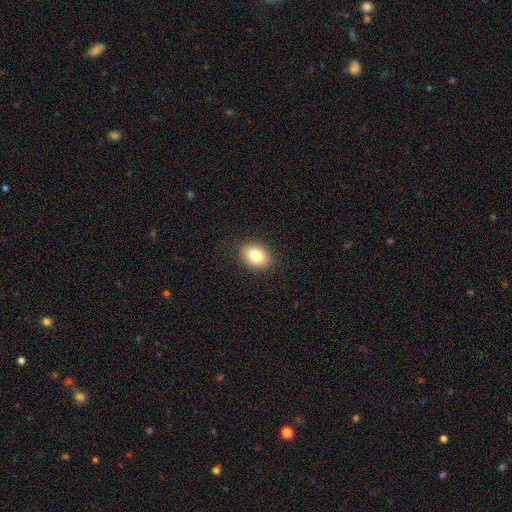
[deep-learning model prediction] A smooth galaxy with no disk features (81%) that is in between round and cigar-shaped (70%).

Vote fractions:
- Smooth or featured? smooth: 81% / featured or disk: 10% / star or artifact: 9%
- How rounded? in between: 70% / round: 29% / cigar-shaped: 1%
- Merging? none: 89% / minor disturbance: 8% / major disturbance: 2% / merger: 1%